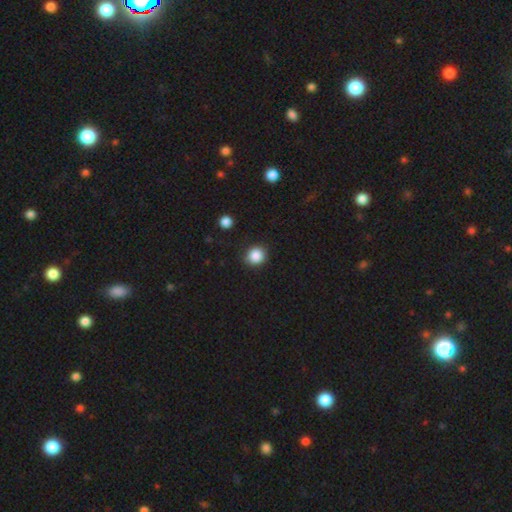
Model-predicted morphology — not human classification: Q: Smooth or featured?
A: smooth (87%); runner-up: star or artifact (10%)
Q: How rounded?
A: round (85%); runner-up: in between (14%)
Q: Merging?
A: none (89%); runner-up: minor disturbance (8%)